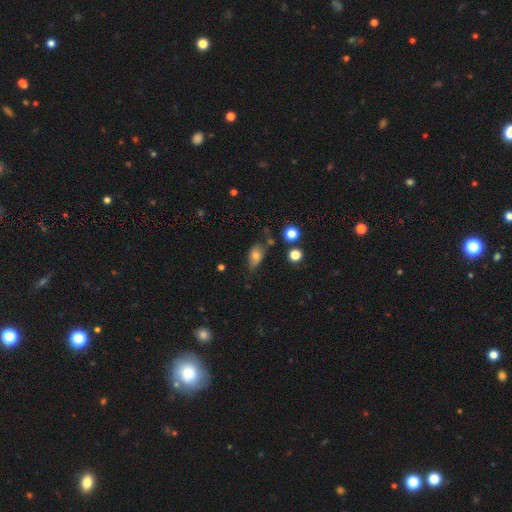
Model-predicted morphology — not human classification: Q: Smooth or featured?
A: smooth (72%); runner-up: featured or disk (18%)
Q: How rounded?
A: in between (83%); runner-up: round (12%)
Q: Merging?
A: none (55%); runner-up: minor disturbance (32%)